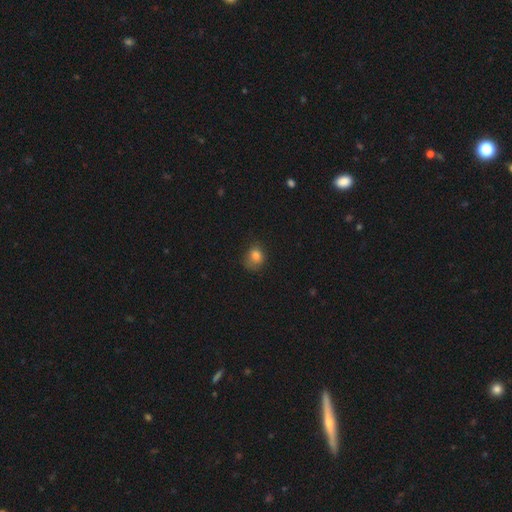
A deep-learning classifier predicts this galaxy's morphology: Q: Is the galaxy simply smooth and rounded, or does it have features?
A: smooth — 81%.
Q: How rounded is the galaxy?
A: round — 60%.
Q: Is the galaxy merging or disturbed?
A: none — 55%.